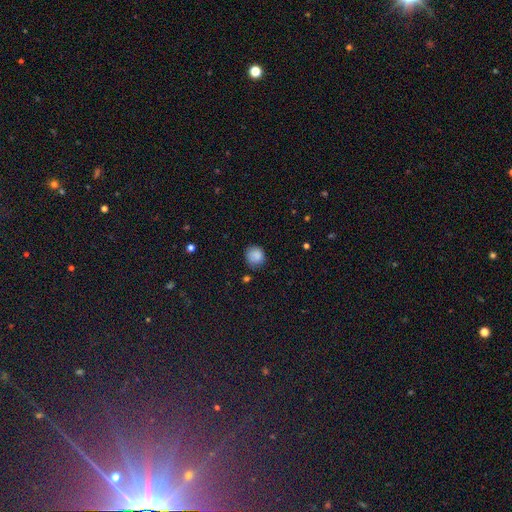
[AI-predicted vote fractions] A smooth galaxy with no disk features (86%) that is round (87%). Merging: none (76%).